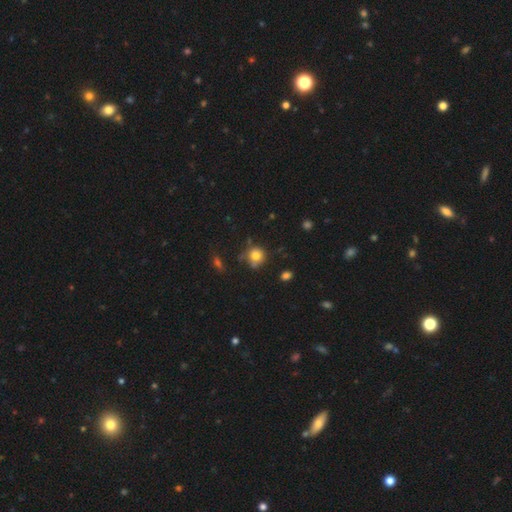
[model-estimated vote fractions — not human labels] smooth_or_featured: smooth (p=0.78) [alt: star or artifact p=0.12]
how_rounded: round (p=0.86) [alt: in between p=0.13]
merging: none (p=0.65) [alt: minor disturbance p=0.21]